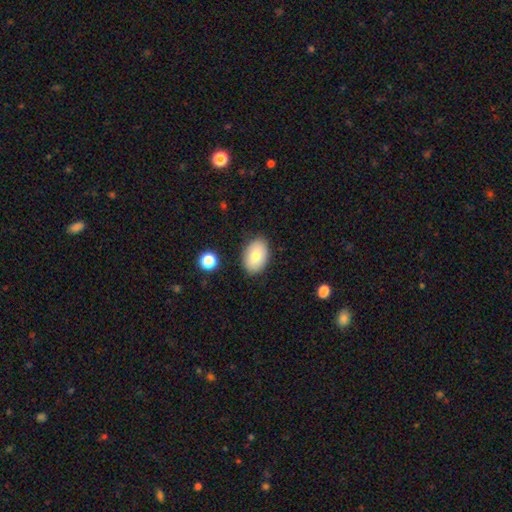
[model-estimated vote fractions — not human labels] Q: Smooth or featured?
A: smooth (79%); runner-up: featured or disk (13%)
Q: How rounded?
A: in between (86%); runner-up: round (12%)
Q: Merging?
A: none (86%); runner-up: minor disturbance (10%)